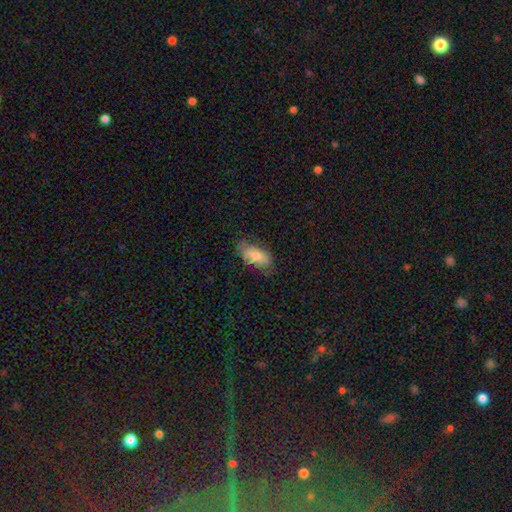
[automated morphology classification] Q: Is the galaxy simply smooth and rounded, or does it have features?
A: smooth — 67%.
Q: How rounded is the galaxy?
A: in between — 90%.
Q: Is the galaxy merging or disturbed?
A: none — 68%.